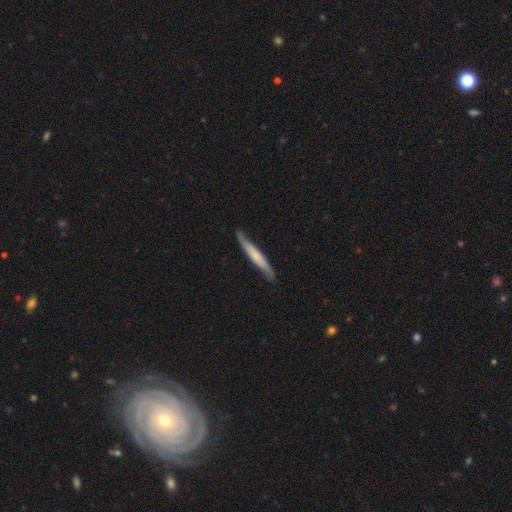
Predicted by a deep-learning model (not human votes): Smooth or featured? featured or disk (48%)
Merging? none (79%)